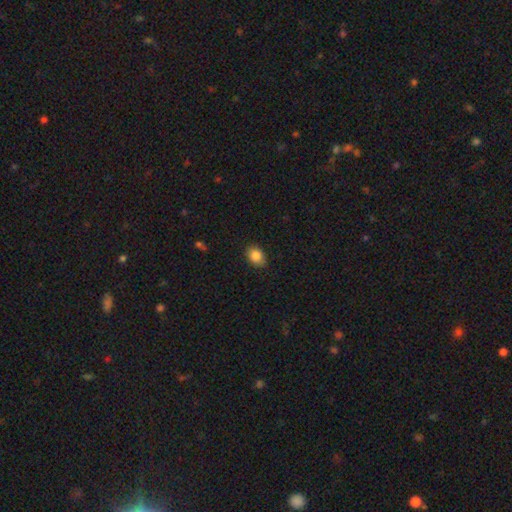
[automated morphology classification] smooth 86%, star or artifact 9%, featured or disk 6%. Down the decision tree: how rounded — in between (66%); merging — none (80%).